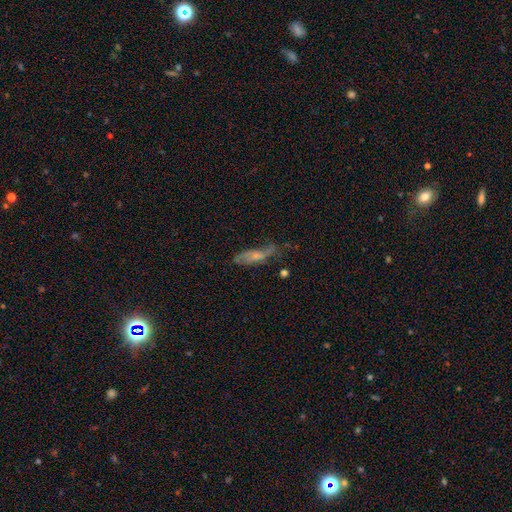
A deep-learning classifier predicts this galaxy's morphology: Smooth or featured: featured or disk — 48% (smooth — 43%)
Merging: none — 42% (minor disturbance — 31%)